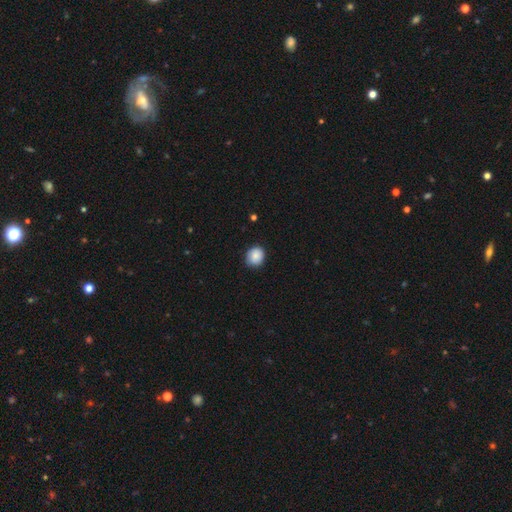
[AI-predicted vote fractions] This appears to be a smooth galaxy with no disk features (85%) that is round (76%). Merging: none (82%).